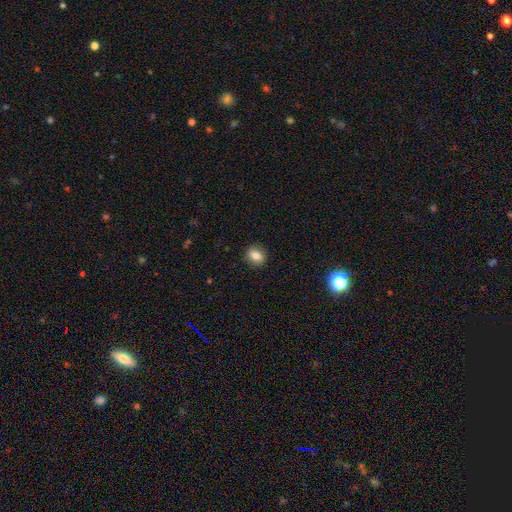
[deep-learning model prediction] This is clearly a smooth galaxy (81%). How rounded: possibly round (58%). Merging: clearly none (89%).